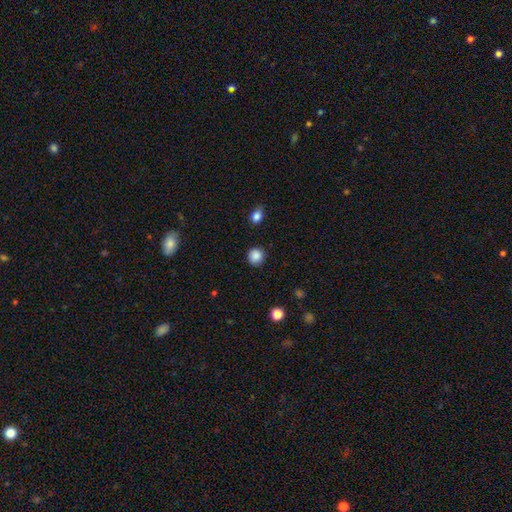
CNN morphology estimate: Smooth or featured? Predicted: smooth (p=0.87). How rounded? Predicted: round (p=0.92). Merging? Predicted: none (p=0.90).